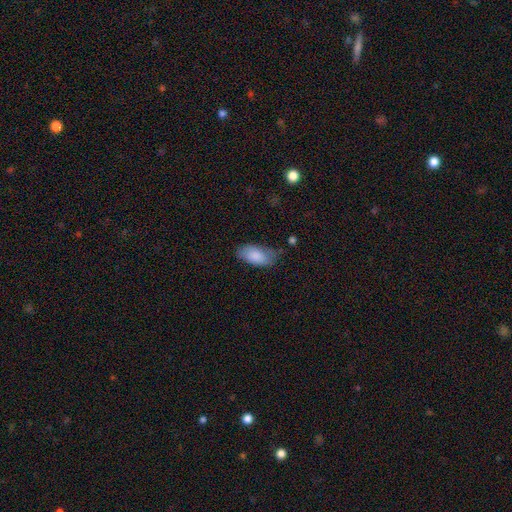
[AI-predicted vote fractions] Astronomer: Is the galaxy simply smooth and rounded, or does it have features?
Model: smooth — 85%.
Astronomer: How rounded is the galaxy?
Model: in between — 93%.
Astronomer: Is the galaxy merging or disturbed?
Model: none — 62%.